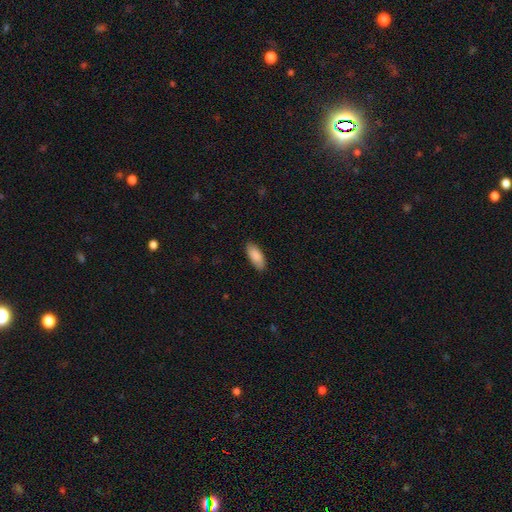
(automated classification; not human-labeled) Smooth or featured: smooth — 89% (featured or disk — 6%)
How rounded: in between — 83% (cigar-shaped — 15%)
Merging: none — 87% (minor disturbance — 10%)